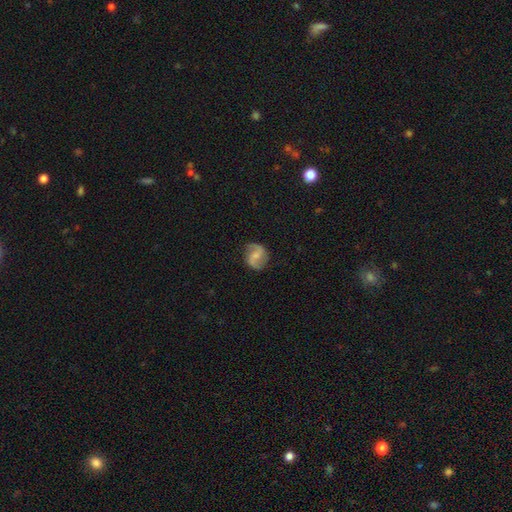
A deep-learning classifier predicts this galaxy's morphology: This is likely a featured or disk galaxy (76%). It is clearly not viewed edge-on (98%). Bar: possibly weak (48%). Spiral arm pattern: clearly yes (94%). Spiral arm count: clearly 2 (92%). Spiral winding: marginally loose (44%). Central bulge: possibly small (50%). Merging: clearly none (82%).